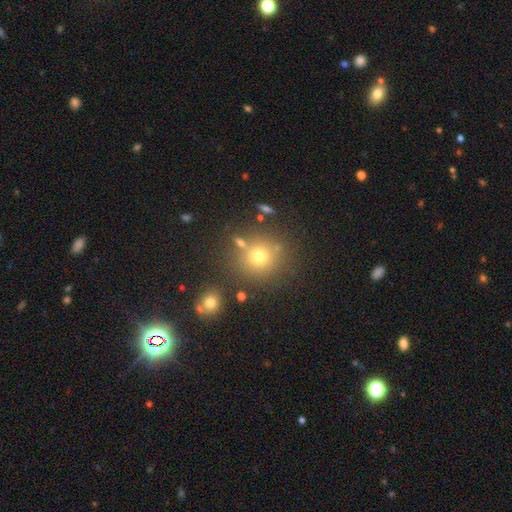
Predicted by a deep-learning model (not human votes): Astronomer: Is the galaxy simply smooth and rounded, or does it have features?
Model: smooth — 69%.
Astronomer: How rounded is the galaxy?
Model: round — 89%.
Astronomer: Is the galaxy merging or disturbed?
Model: none — 75%.